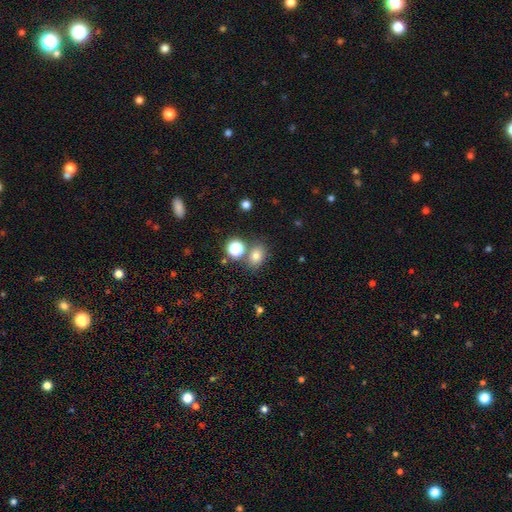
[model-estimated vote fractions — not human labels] Morphology: type=smooth (77%); roundness=in between (59%); merging=none (68%).